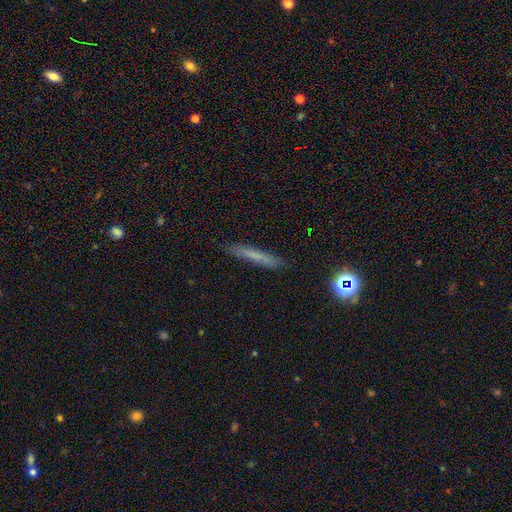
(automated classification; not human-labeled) A smooth galaxy with no disk features (64%) that is cigar-shaped (95%).

Vote fractions:
- Smooth or featured? smooth: 64% / featured or disk: 25% / star or artifact: 11%
- How rounded? cigar-shaped: 95% / in between: 4% / round: 2%
- Merging? none: 87% / minor disturbance: 9% / major disturbance: 2% / merger: 1%